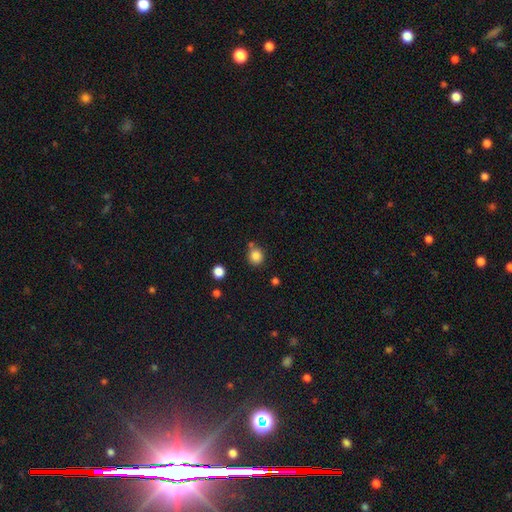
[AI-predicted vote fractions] Smooth or featured?
  - smooth: 84% *
  - star or artifact: 11%
  - featured or disk: 5%
How rounded?
  - round: 86% *
  - in between: 13%
  - cigar-shaped: 1%
Merging?
  - none: 69% *
  - merger: 14%
  - minor disturbance: 13%
  - major disturbance: 4%